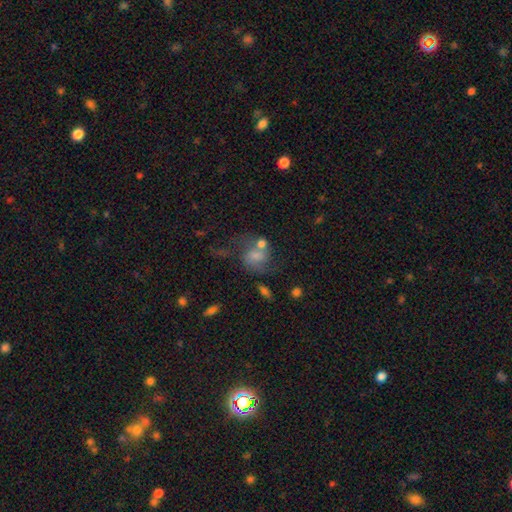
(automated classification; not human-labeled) Smooth or featured? smooth (44%)
Merging? none (36%)